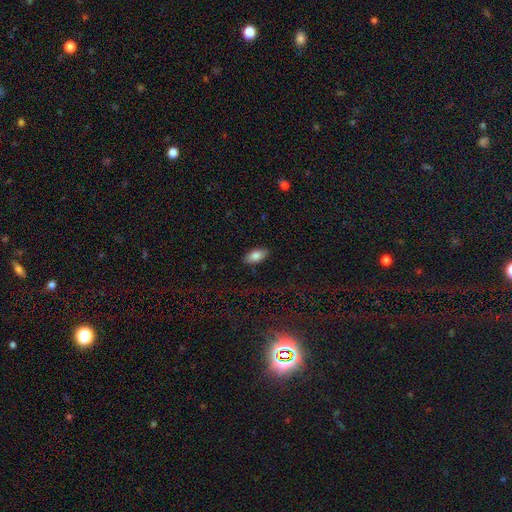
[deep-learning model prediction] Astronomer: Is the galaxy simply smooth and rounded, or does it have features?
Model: smooth — 82%.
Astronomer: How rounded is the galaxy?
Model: in between — 92%.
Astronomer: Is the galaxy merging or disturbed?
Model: none — 88%.